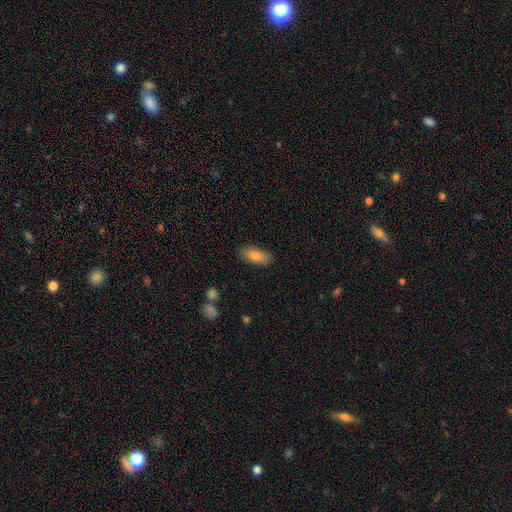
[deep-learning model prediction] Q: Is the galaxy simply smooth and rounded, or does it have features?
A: smooth — 83%.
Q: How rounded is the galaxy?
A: in between — 89%.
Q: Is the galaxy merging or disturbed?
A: none — 86%.